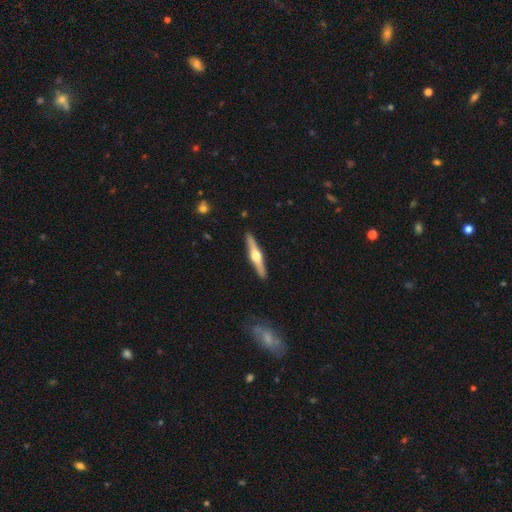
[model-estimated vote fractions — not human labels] Q: Smooth or featured?
A: featured or disk (72%); runner-up: smooth (23%)
Q: Edge-on disk?
A: yes (98%); runner-up: no (2%)
Q: Edge-on bulge?
A: rounded (96%); runner-up: boxy (2%)
Q: Merging?
A: none (92%); runner-up: minor disturbance (6%)